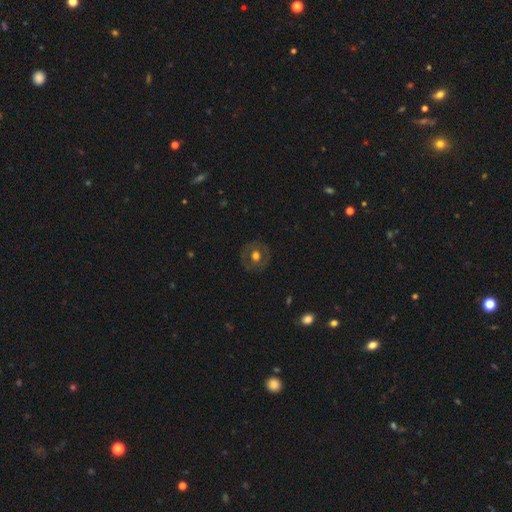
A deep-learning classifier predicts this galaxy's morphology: A smooth galaxy with no disk features (47%).

Vote fractions:
- Smooth or featured? smooth: 47% / featured or disk: 45% / star or artifact: 8%
- Merging? none: 85% / minor disturbance: 10% / major disturbance: 4% / merger: 1%